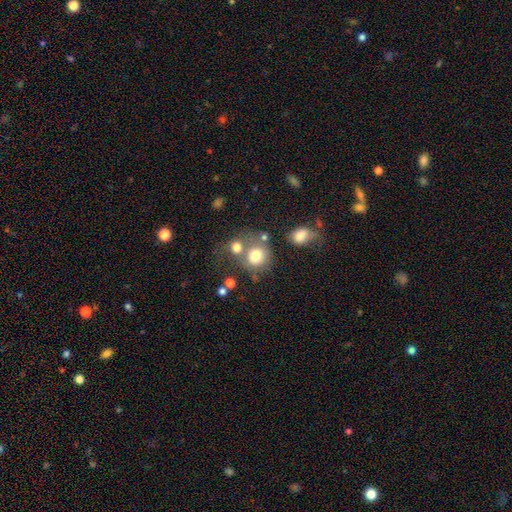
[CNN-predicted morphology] Smooth or featured? Predicted: smooth (p=0.76). How rounded? Predicted: round (p=0.81). Merging? Predicted: none (p=0.47).